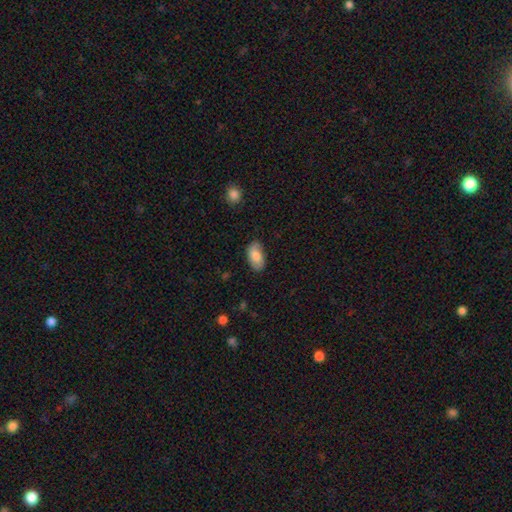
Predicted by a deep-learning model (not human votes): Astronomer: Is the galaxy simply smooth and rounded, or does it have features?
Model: smooth — 83%.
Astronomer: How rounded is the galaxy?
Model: in between — 94%.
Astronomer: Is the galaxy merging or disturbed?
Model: none — 82%.